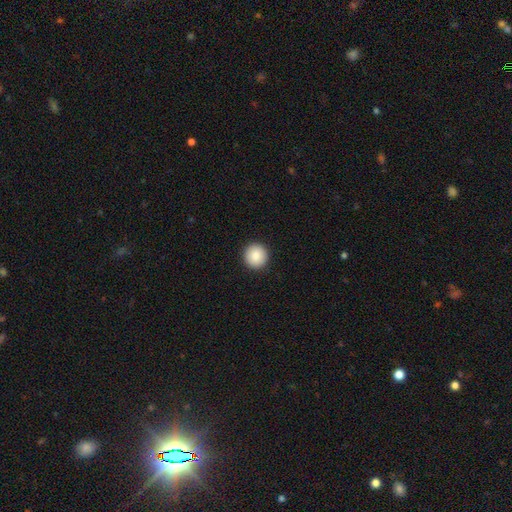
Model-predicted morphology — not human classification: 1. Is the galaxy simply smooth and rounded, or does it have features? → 87% smooth, 8% star or artifact, 5% featured or disk.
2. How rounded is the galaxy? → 95% round, 4% in between, 1% cigar-shaped.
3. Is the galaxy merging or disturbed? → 93% none, 4% minor disturbance, 1% major disturbance, 1% merger.